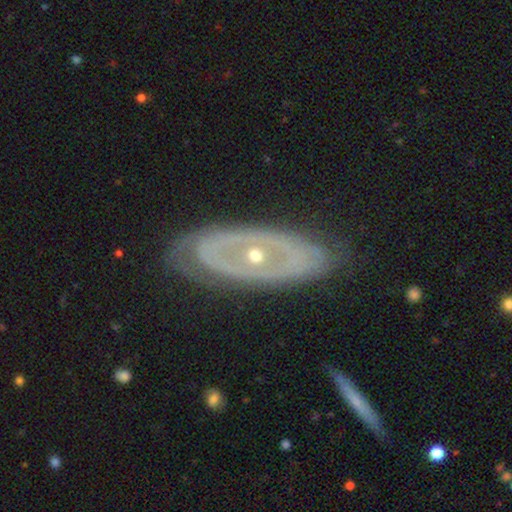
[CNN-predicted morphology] Q: Smooth or featured?
A: featured or disk (79%); runner-up: smooth (16%)
Q: Edge-on disk?
A: no (88%); runner-up: yes (12%)
Q: Bar?
A: no (85%); runner-up: weak (9%)
Q: Spiral arms?
A: no (63%); runner-up: yes (37%)
Q: Bulge size?
A: small (53%); runner-up: moderate (44%)
Q: Merging?
A: none (74%); runner-up: minor disturbance (17%)